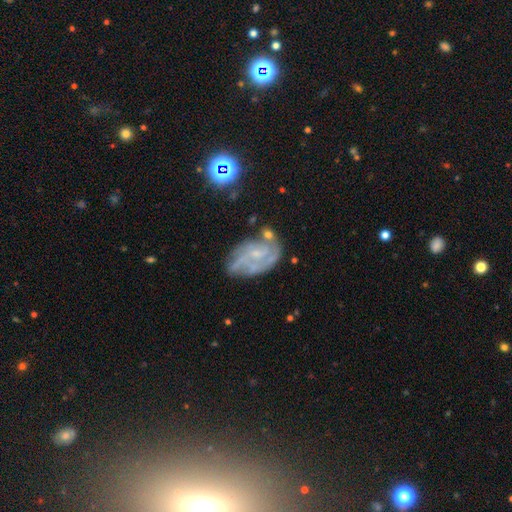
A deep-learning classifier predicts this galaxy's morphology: Smooth or featured: featured or disk — 78% (smooth — 12%)
Edge-on disk: no — 97% (yes — 3%)
Bar: no — 61% (weak — 33%)
Spiral arms: yes — 87% (no — 13%)
Spiral winding: tight — 44% (medium — 41%)
Spiral arm count: can't tell — 34% (3 — 24%)
Bulge size: small — 68% (moderate — 16%)
Merging: none — 54% (minor disturbance — 25%)